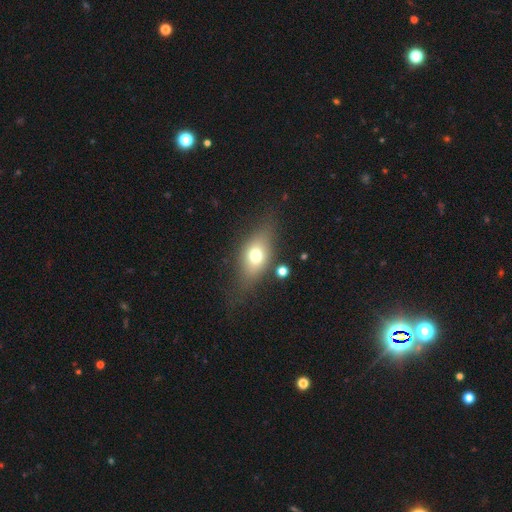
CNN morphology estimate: Smooth or featured: smooth — 67% (featured or disk — 22%)
How rounded: in between — 75% (round — 18%)
Merging: none — 68% (minor disturbance — 19%)